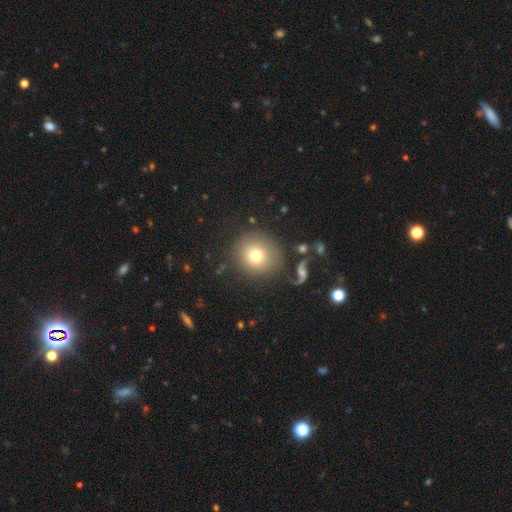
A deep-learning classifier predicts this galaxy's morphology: Smooth or featured?
  - smooth: 73% *
  - featured or disk: 15%
  - star or artifact: 12%
How rounded?
  - round: 91% *
  - in between: 8%
  - cigar-shaped: 1%
Merging?
  - none: 81% *
  - minor disturbance: 10%
  - major disturbance: 5%
  - merger: 4%